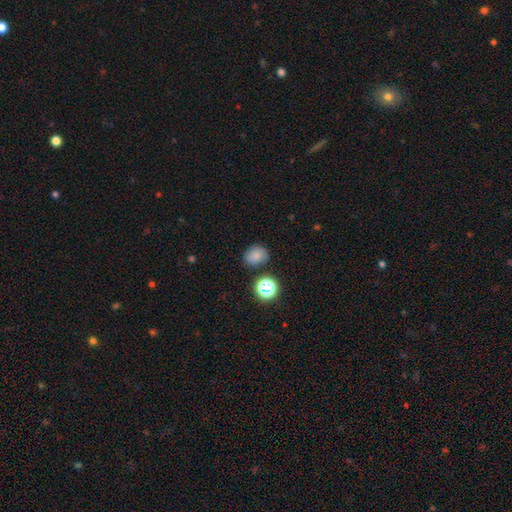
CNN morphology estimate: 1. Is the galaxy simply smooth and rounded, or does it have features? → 74% smooth, 15% star or artifact, 11% featured or disk.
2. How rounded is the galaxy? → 55% round, 44% in between, 1% cigar-shaped.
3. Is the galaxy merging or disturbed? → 72% none, 17% minor disturbance, 6% merger, 5% major disturbance.